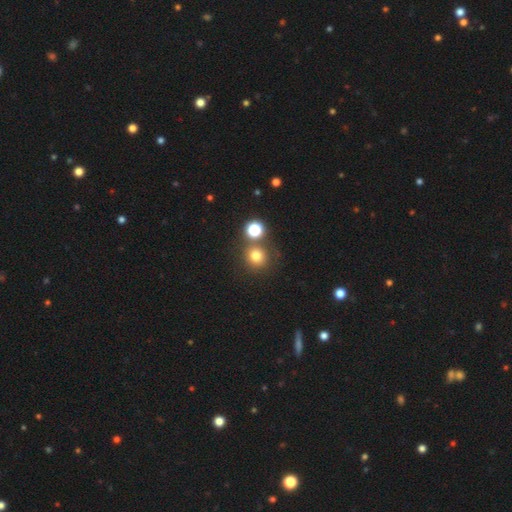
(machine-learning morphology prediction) A smooth galaxy with no disk features (75%) that is round (91%).

Vote fractions:
- Smooth or featured? smooth: 75% / star or artifact: 17% / featured or disk: 8%
- How rounded? round: 91% / in between: 8% / cigar-shaped: 1%
- Merging? none: 72% / merger: 16% / minor disturbance: 9% / major disturbance: 4%